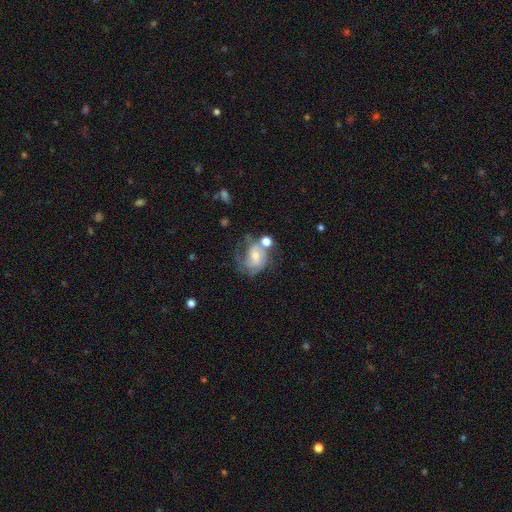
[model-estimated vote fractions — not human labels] smooth_or_featured: featured or disk (p=0.64) [alt: smooth p=0.27]
disk_edge_on: no (p=0.97) [alt: yes p=0.03]
bar: no (p=0.54) [alt: weak p=0.37]
has_spiral_arms: yes (p=0.82) [alt: no p=0.18]
spiral_winding: medium (p=0.43) [alt: tight p=0.37]
spiral_arm_count: 2 (p=0.36) [alt: can't tell p=0.31]
bulge_size: moderate (p=0.47) [alt: small p=0.44]
merging: none (p=0.36) [alt: major disturbance p=0.23]